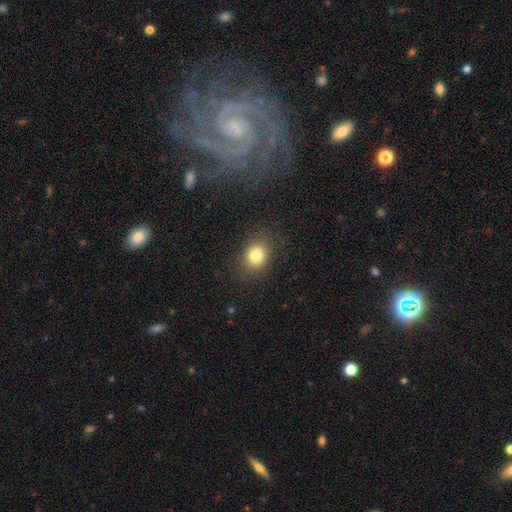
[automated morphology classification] smooth_or_featured: smooth (p=0.81) [alt: star or artifact p=0.11]
how_rounded: round (p=0.55) [alt: in between p=0.44]
merging: none (p=0.82) [alt: minor disturbance p=0.12]